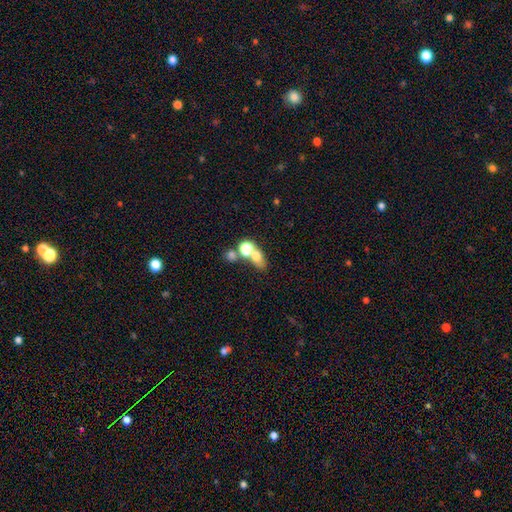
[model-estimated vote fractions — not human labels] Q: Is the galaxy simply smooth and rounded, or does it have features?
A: smooth — 65%.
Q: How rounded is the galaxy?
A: in between — 53%.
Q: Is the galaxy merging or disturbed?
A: merger — 47%.